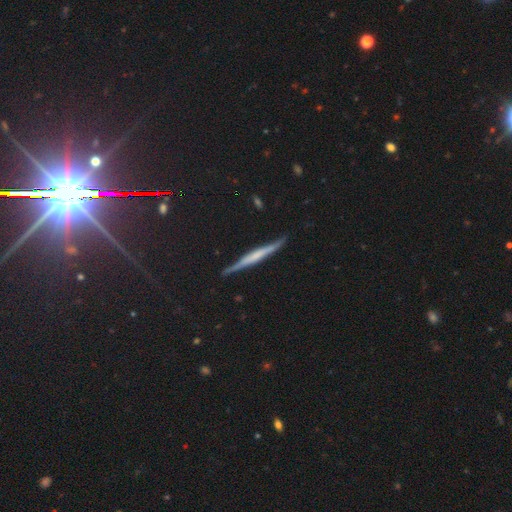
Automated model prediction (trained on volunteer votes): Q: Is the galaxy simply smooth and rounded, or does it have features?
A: featured or disk — 59%.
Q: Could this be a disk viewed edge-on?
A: yes — 95%.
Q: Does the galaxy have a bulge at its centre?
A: none — 45%.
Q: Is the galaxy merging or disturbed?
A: none — 86%.